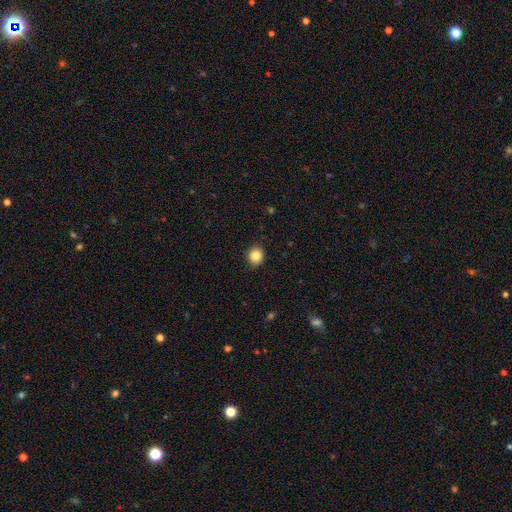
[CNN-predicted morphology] smooth-or-featured: smooth: 84% | star or artifact: 10% | featured or disk: 5%
  how-rounded: round: 87% | in between: 12% | cigar-shaped: 1%
  merging: none: 91% | minor disturbance: 6% | major disturbance: 2% | merger: 1%